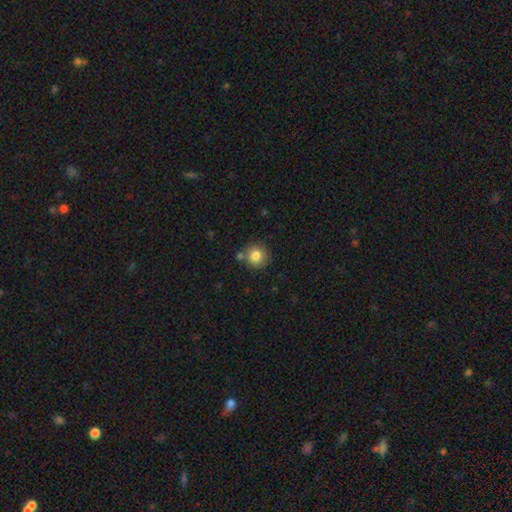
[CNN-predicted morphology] A smooth galaxy with no disk features (82%) that is round (93%). Merging: none (77%).